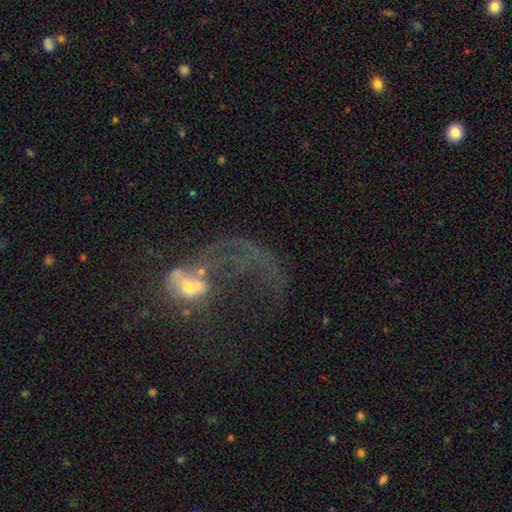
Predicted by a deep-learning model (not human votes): This is possibly a featured or disk galaxy (55%). It is clearly not viewed edge-on (95%). Bar: likely no (74%). Spiral arm pattern: possibly yes (53%). Central bulge: possibly moderate (45%). Merging: marginally merger (40%).